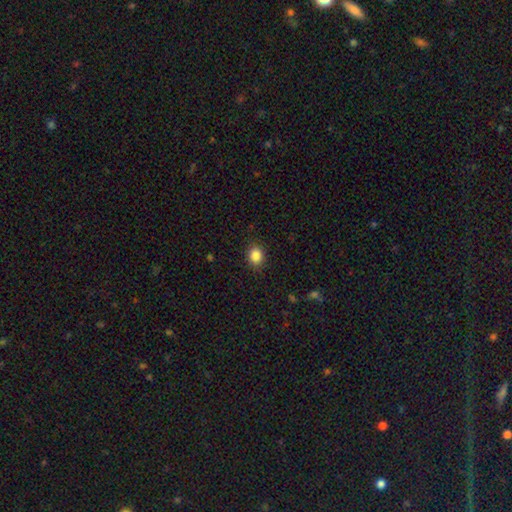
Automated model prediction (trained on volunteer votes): Morphology: type=smooth (86%); roundness=round (58%); merging=none (88%).